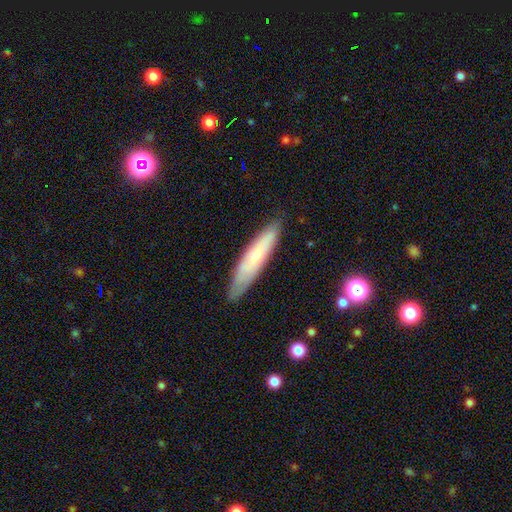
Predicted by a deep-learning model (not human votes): smooth 56%, featured or disk 38%, star or artifact 7%. Down the decision tree: how rounded — cigar-shaped (83%); merging — none (82%).